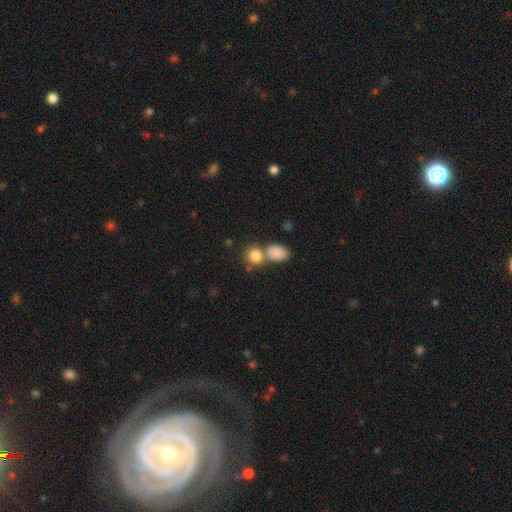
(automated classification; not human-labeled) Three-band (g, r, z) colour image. It shows a smooth galaxy with no disk features (84%) that is round (64%). Merging: none (44%, tied with merger).